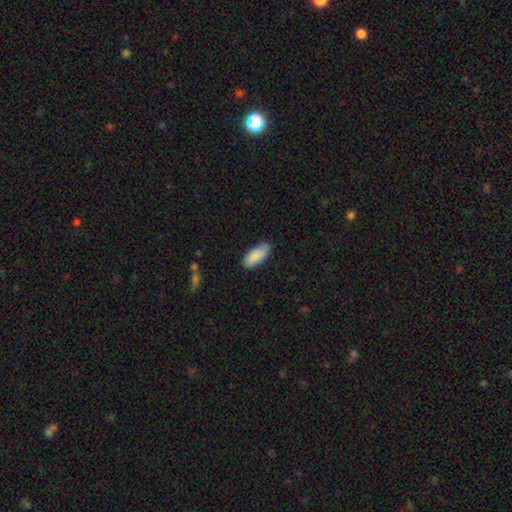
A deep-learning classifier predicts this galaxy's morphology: Q: Smooth or featured?
A: smooth (88%); runner-up: featured or disk (7%)
Q: How rounded?
A: in between (82%); runner-up: cigar-shaped (17%)
Q: Merging?
A: none (81%); runner-up: minor disturbance (15%)